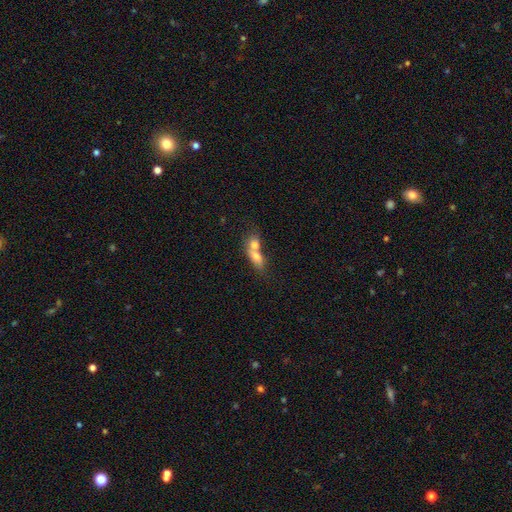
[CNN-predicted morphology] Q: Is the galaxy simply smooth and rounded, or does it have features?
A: smooth — 68%.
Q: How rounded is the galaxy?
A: in between — 62%.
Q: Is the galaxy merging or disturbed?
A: merger — 72%.